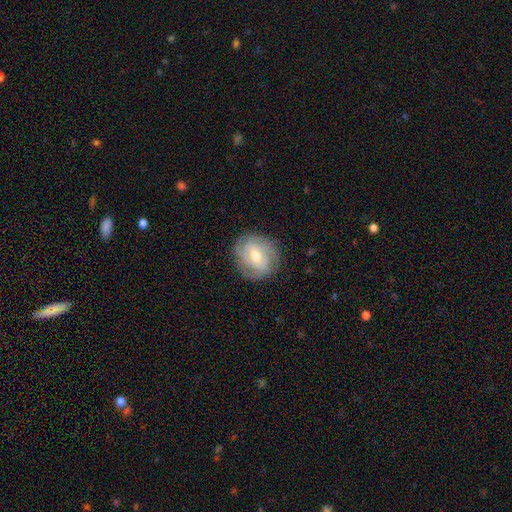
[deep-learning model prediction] A featured or disk galaxy (65%) with a weak bar (48%), tight (60%) spiral arms (83%) and a moderate central bulge (65%).

Vote fractions:
- Smooth or featured? featured or disk: 65% / smooth: 28% / star or artifact: 7%
- Edge-on disk? no: 96% / yes: 4%
- Bar? weak: 48% / no: 37% / strong: 15%
- Spiral arms? yes: 83% / no: 17%
- Spiral winding? tight: 60% / medium: 30% / loose: 10%
- Spiral arm count? can't tell: 37% / 2: 26% / 3: 20% / 4: 8% / 1: 4% / more than 4: 4%
- Bulge size? moderate: 65% / small: 30% / large: 4% / none: 1% / dominant: 1%
- Merging? none: 81% / minor disturbance: 13% / major disturbance: 5% / merger: 1%